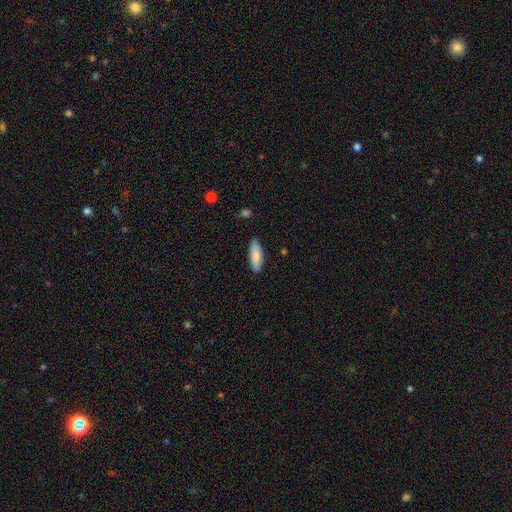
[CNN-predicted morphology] Smooth or featured? smooth (85%)
How rounded? in between (67%)
Merging? none (86%)